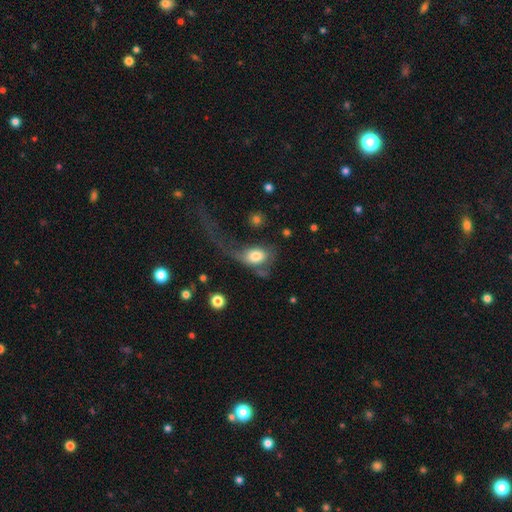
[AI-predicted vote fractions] Smooth or featured: smooth — 69% (featured or disk — 23%)
How rounded: in between — 78% (round — 19%)
Merging: major disturbance — 59% (none — 17%)